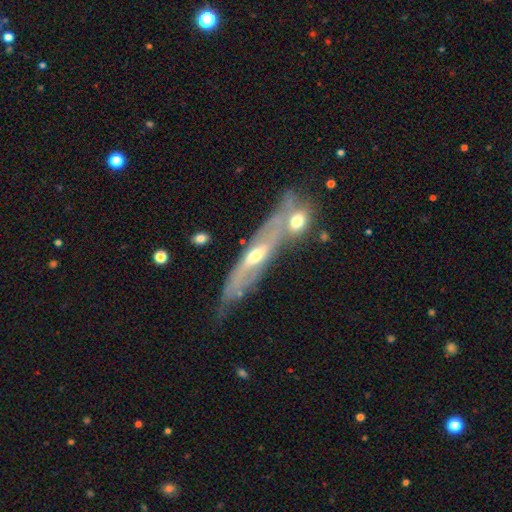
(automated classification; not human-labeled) smooth-or-featured: featured or disk: 73% | smooth: 20% | star or artifact: 7%
  disk-edge-on: yes: 50% (tied) | no: 50% (tied)
  merging: none: 47% | merger: 25% | minor disturbance: 20% | major disturbance: 8%